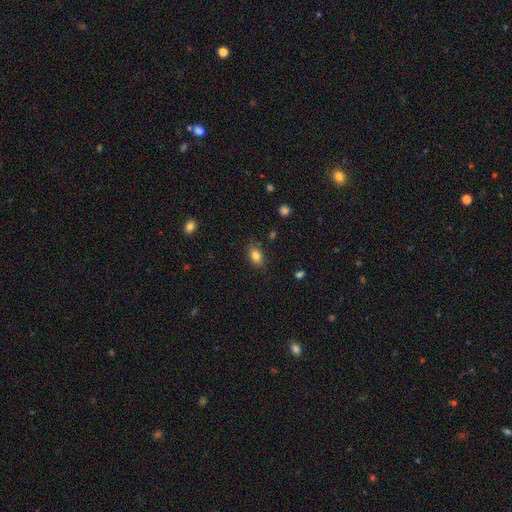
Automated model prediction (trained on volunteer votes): Smooth or featured: smooth — 83% (star or artifact — 10%)
How rounded: in between — 81% (round — 17%)
Merging: none — 83% (minor disturbance — 13%)